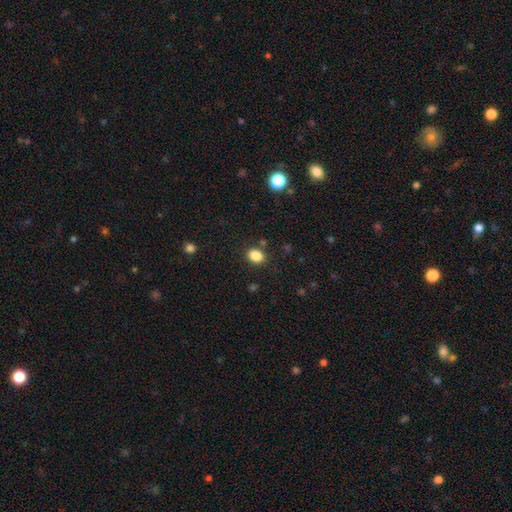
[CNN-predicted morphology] Overall: smooth (85%). How rounded: in between (63%; round 36%). Merging: none (84%).